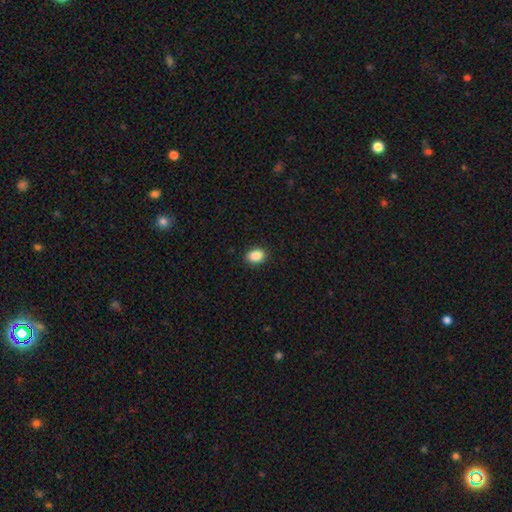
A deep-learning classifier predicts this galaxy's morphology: Smooth or featured? Predicted: smooth (p=0.89). How rounded? Predicted: in between (p=0.67). Merging? Predicted: none (p=0.89).